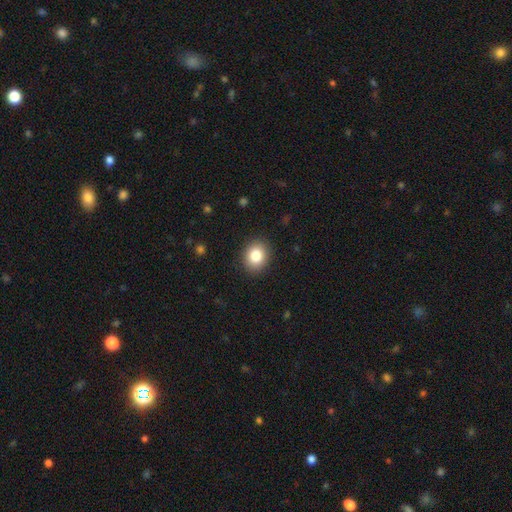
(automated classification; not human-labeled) Smooth or featured?
  - smooth: 84% *
  - star or artifact: 9%
  - featured or disk: 7%
How rounded?
  - round: 60% *
  - in between: 39%
  - cigar-shaped: 1%
Merging?
  - none: 90% *
  - minor disturbance: 7%
  - major disturbance: 2%
  - merger: 1%